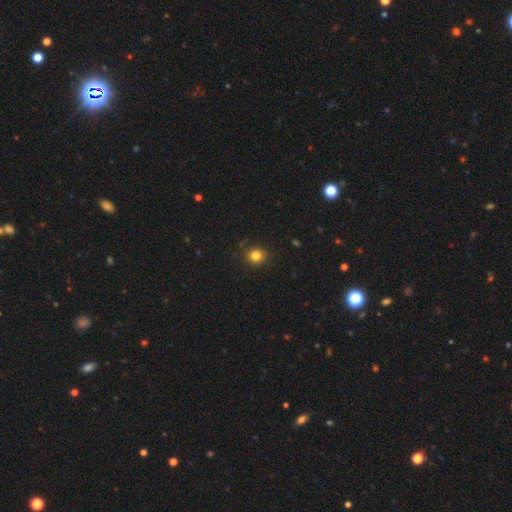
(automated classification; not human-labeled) A smooth galaxy with no disk features (82%) that is round (87%).

Vote fractions:
- Smooth or featured? smooth: 82% / star or artifact: 13% / featured or disk: 5%
- How rounded? round: 87% / in between: 13% / cigar-shaped: 1%
- Merging? none: 88% / minor disturbance: 9% / major disturbance: 2% / merger: 1%